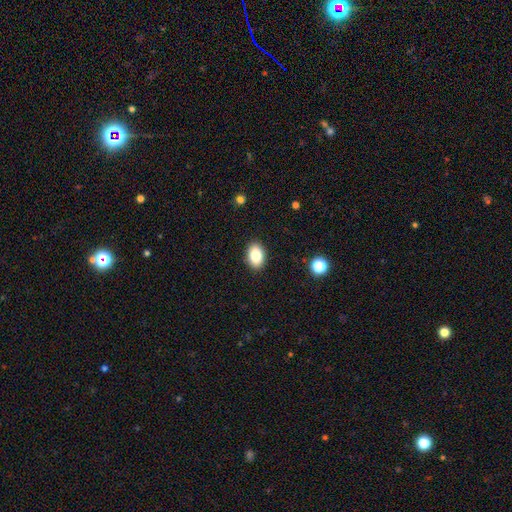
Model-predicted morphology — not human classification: This is clearly a smooth galaxy (84%). How rounded: clearly in between (85%). Merging: clearly none (90%).